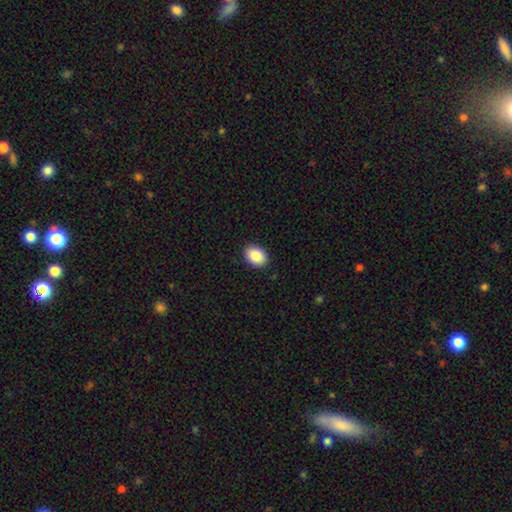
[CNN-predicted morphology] The model was most divided on "how rounded": in between: 79%, round: 20%, cigar-shaped: 1%. More confident: merging — none (89%); smooth or featured — smooth (87%).